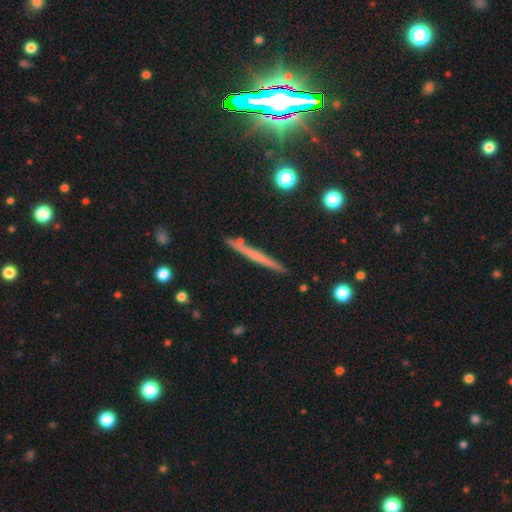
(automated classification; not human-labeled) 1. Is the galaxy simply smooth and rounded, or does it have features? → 50% featured or disk, 42% smooth, 8% star or artifact.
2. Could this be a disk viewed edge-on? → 97% yes, 3% no.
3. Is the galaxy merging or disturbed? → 89% none, 8% minor disturbance, 2% merger, 2% major disturbance.